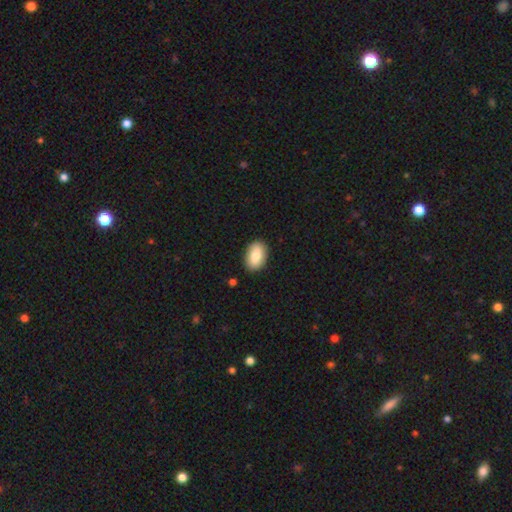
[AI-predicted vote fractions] smooth-or-featured: smooth: 83% | featured or disk: 11% | star or artifact: 7%
  how-rounded: in between: 90% | round: 9% | cigar-shaped: 1%
  merging: none: 88% | minor disturbance: 9% | major disturbance: 2% | merger: 1%